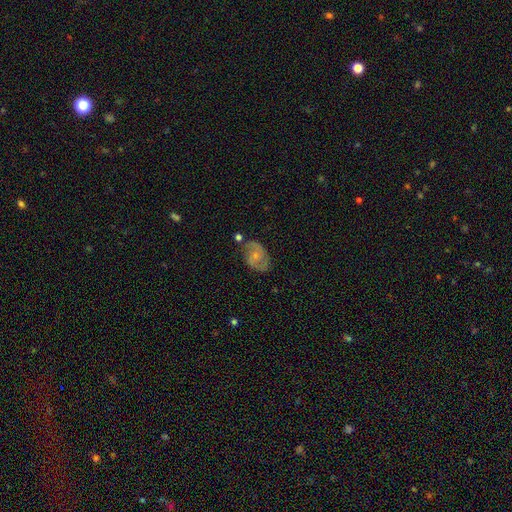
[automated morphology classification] smooth-or-featured: featured or disk: 66% | smooth: 27% | star or artifact: 7%
  disk-edge-on: no: 97% | yes: 3%
    bar: no: 66% | weak: 29% | strong: 5%
    has-spiral-arms: yes: 87% | no: 13%
      spiral-winding: medium: 48% | tight: 28% | loose: 24%
      spiral-arm-count: 2: 81% | can't tell: 10% | 3: 3% | 1: 3% | 4: 1% | more than 4: 1%
    bulge-size: small: 67% | moderate: 26% | none: 5% | large: 1% | dominant: 1%
  merging: none: 64% | minor disturbance: 22% | major disturbance: 8% | merger: 6%